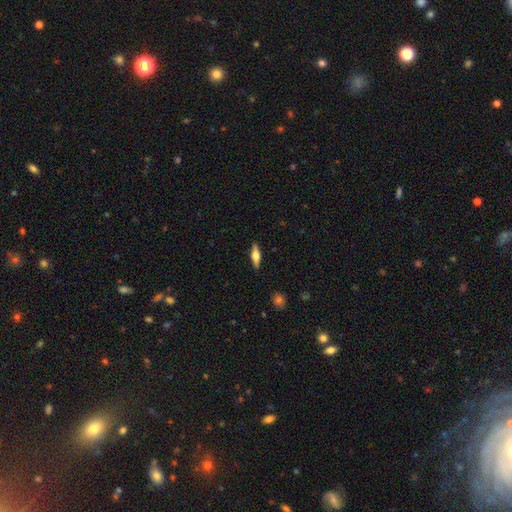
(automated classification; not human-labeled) Smooth or featured? Predicted: featured or disk (p=0.55). Edge-on disk? Predicted: yes (p=0.95). Edge-on bulge? Predicted: rounded (p=0.91). Merging? Predicted: none (p=0.89).